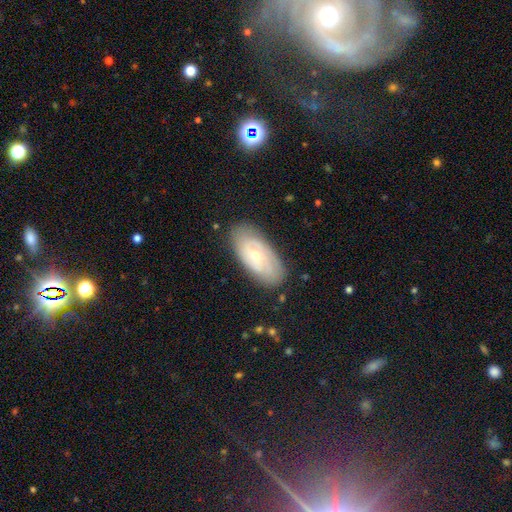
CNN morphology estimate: The model was most divided on "bulge size" (2-way tie): moderate: 48%, small: 48%, large: 2%, none: 1%, dominant: 1%. More confident: edge-on disk — no (91%); merging — none (81%); spiral arms — yes (77%); smooth or featured — featured or disk (68%); bar — no (64%).